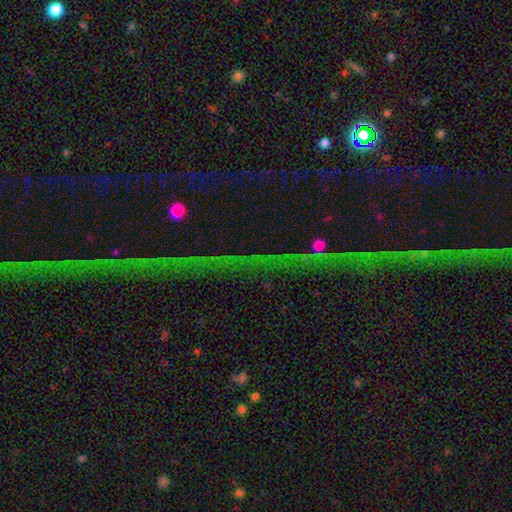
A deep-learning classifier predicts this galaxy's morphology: The model was most divided on "smooth or featured": star or artifact: 74%, featured or disk: 14%, smooth: 12%.